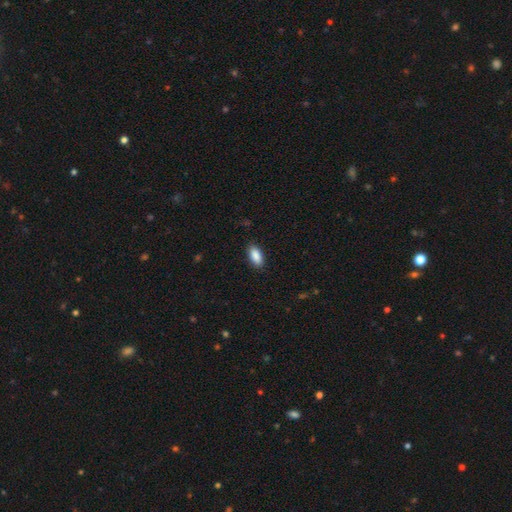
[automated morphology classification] type=smooth (90%); roundness=in between (90%); merging=none (89%).